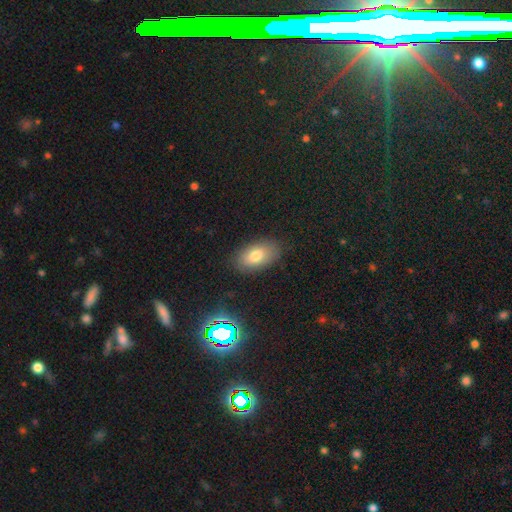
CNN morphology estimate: Smooth or featured: smooth — 75% (featured or disk — 14%)
How rounded: in between — 92% (round — 6%)
Merging: none — 85% (minor disturbance — 11%)